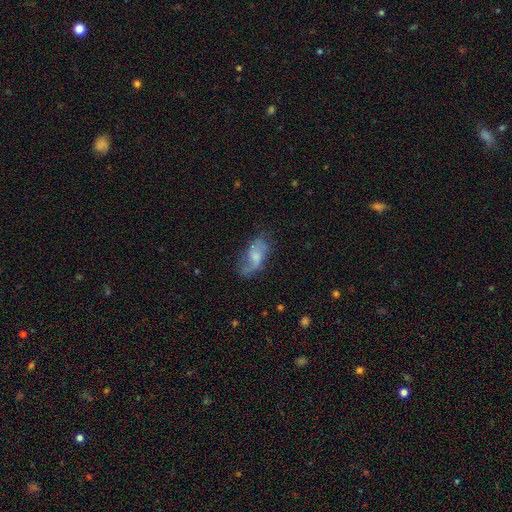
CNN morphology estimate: smooth-or-featured: featured or disk: 51% | smooth: 41% | star or artifact: 8%
  disk-edge-on: no: 92% | yes: 8%
  merging: none: 55% | minor disturbance: 26% | major disturbance: 17% | merger: 2%